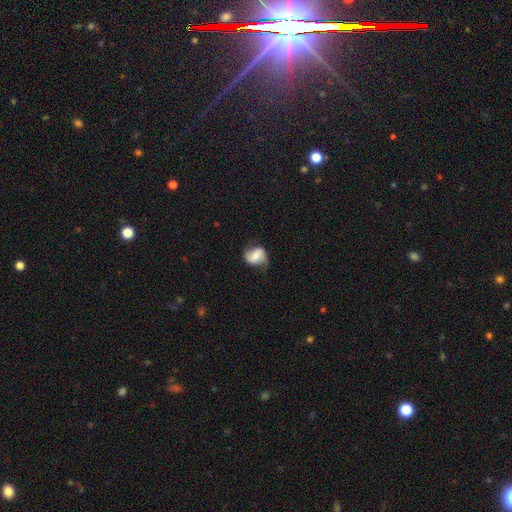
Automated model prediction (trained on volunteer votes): Smooth or featured? Predicted: featured or disk (p=0.59). Edge-on disk? Predicted: no (p=0.97). Bar? Predicted: weak (p=0.41). Spiral arms? Predicted: yes (p=0.89). Spiral winding? Predicted: loose (p=0.42). Spiral arm count? Predicted: 2 (p=0.88). Bulge size? Predicted: moderate (p=0.43). Merging? Predicted: none (p=0.68).